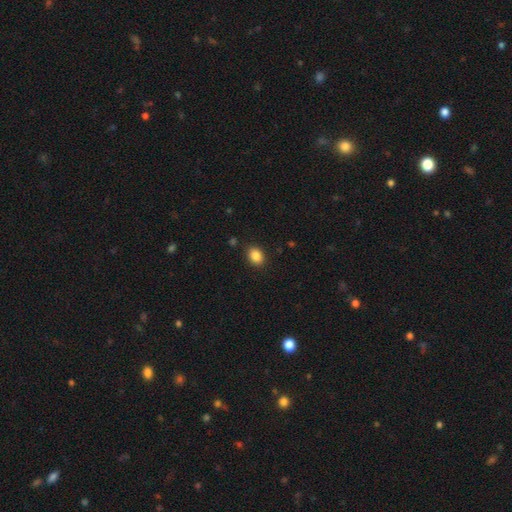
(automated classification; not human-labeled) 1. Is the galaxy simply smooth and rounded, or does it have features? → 87% smooth, 9% star or artifact, 4% featured or disk.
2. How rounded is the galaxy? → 69% in between, 30% round, 1% cigar-shaped.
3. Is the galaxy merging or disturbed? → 88% none, 8% minor disturbance, 2% major disturbance, 2% merger.